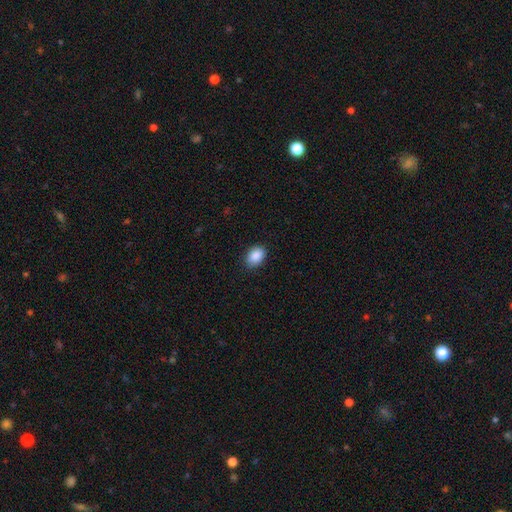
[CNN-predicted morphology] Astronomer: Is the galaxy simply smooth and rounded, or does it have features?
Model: smooth — 89%.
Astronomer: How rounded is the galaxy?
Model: in between — 79%.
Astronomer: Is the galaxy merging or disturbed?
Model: none — 87%.